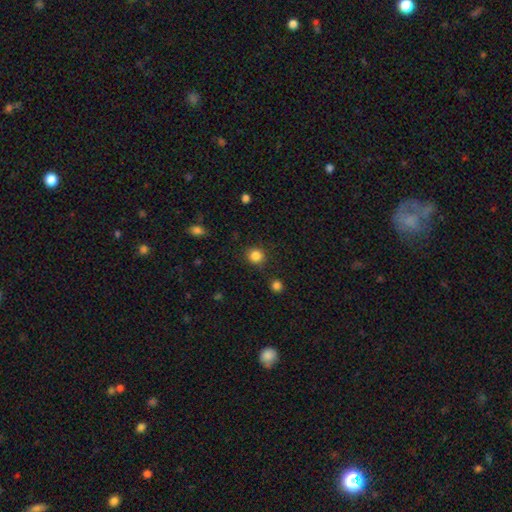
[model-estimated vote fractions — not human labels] Smooth or featured: smooth — 85% (star or artifact — 12%)
How rounded: round — 90% (in between — 9%)
Merging: none — 86% (minor disturbance — 8%)